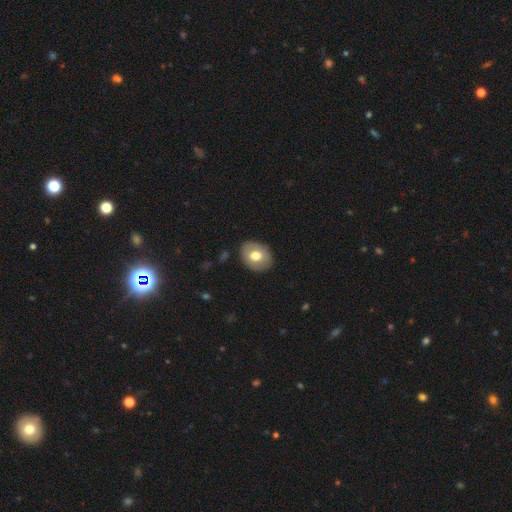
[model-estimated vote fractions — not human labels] smooth_or_featured: smooth (p=0.69) [alt: featured or disk p=0.24]
how_rounded: round (p=0.52) [alt: in between p=0.47]
merging: none (p=0.87) [alt: minor disturbance p=0.09]